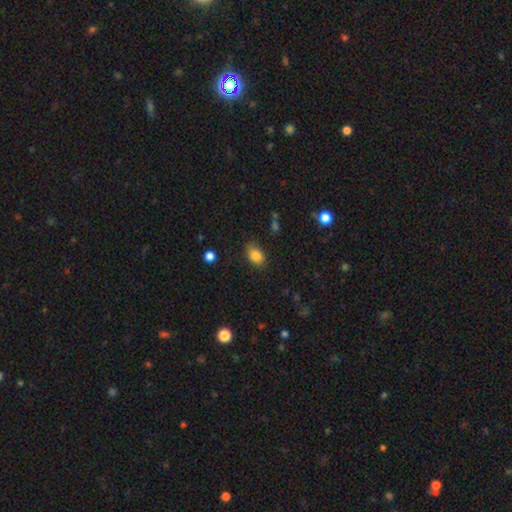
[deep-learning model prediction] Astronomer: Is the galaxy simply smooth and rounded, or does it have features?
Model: smooth — 84%.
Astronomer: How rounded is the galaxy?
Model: in between — 79%.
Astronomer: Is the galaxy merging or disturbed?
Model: none — 76%.